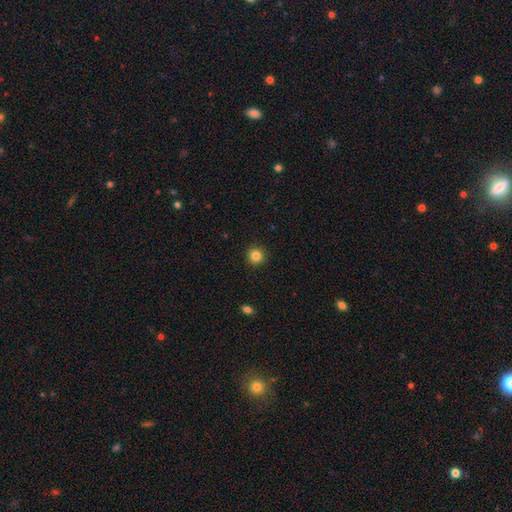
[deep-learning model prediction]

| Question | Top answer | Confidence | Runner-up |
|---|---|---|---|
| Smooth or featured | smooth | 84% | star or artifact (11%) |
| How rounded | round | 95% | in between (4%) |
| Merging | none | 92% | minor disturbance (5%) |